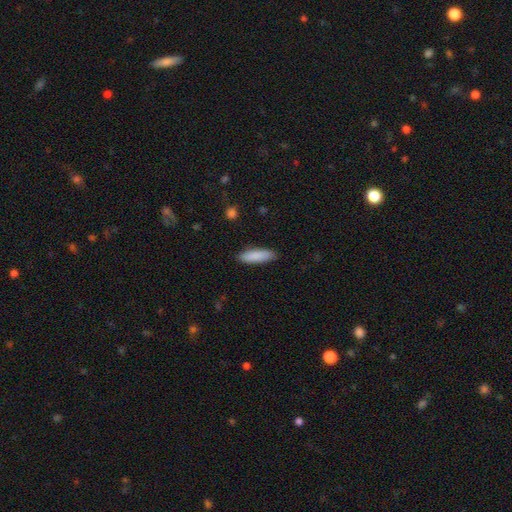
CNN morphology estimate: A smooth galaxy with no disk features (88%) that is cigar-shaped (56%).

Vote fractions:
- Smooth or featured? smooth: 88% / featured or disk: 6% / star or artifact: 6%
- How rounded? cigar-shaped: 56% / in between: 42% / round: 1%
- Merging? none: 88% / minor disturbance: 9% / major disturbance: 2% / merger: 1%